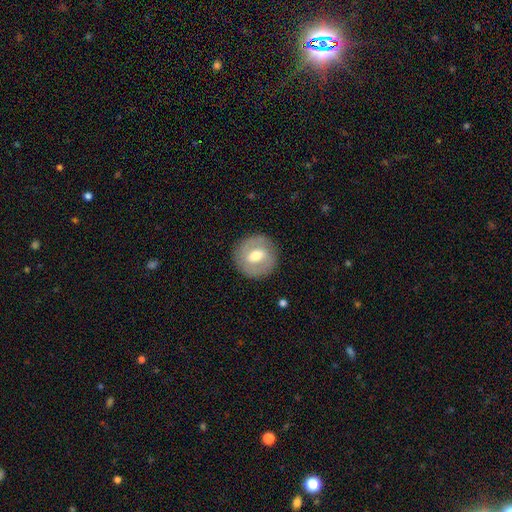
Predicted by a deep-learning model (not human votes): A featured or disk galaxy (51%). Merging: none (86%).